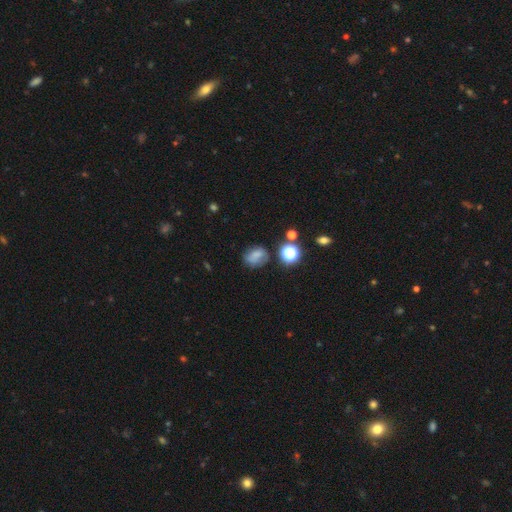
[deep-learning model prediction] Smooth or featured?
  - smooth: 64% *
  - featured or disk: 18%
  - star or artifact: 18%
How rounded?
  - in between: 53% *
  - round: 46%
  - cigar-shaped: 2%
Merging?
  - none: 60% *
  - minor disturbance: 24%
  - major disturbance: 10%
  - merger: 5%